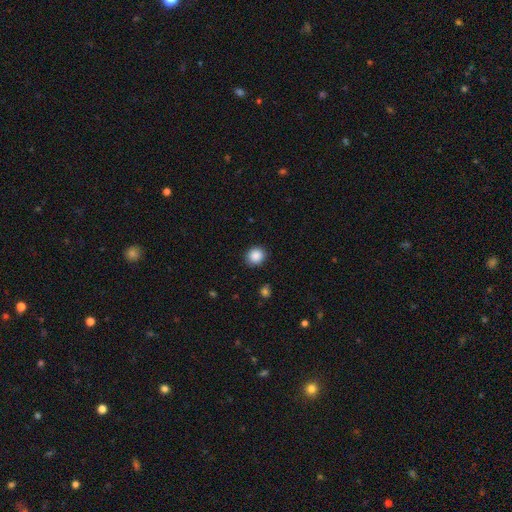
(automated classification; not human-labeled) Smooth or featured? smooth (88%)
How rounded? round (85%)
Merging? none (89%)